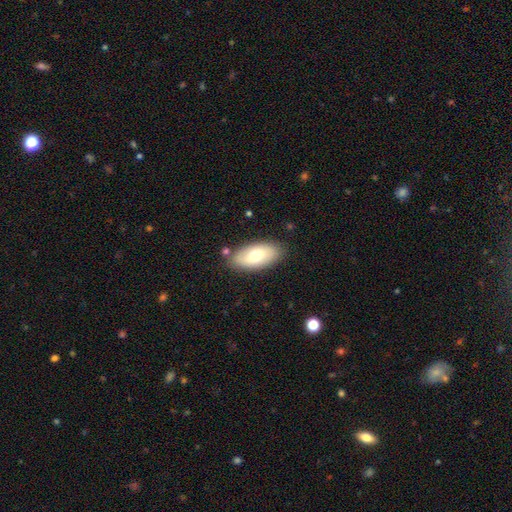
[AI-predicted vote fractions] Smooth or featured? smooth (68%)
How rounded? in between (92%)
Merging? none (83%)